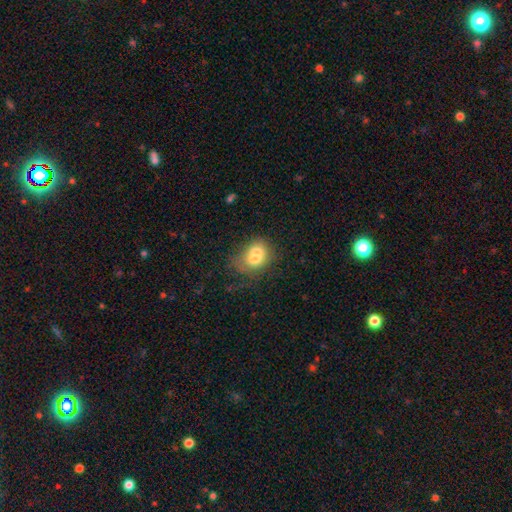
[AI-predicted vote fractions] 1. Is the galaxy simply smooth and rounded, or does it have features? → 65% smooth, 26% featured or disk, 10% star or artifact.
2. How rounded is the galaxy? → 55% round, 44% in between, 1% cigar-shaped.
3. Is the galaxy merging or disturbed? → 57% merger, 26% none, 11% minor disturbance, 6% major disturbance.